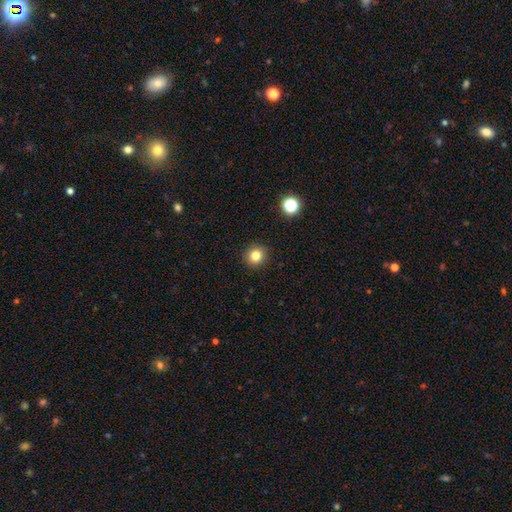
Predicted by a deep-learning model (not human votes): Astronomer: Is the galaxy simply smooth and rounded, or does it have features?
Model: smooth — 82%.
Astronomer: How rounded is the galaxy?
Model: round — 92%.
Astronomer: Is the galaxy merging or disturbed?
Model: none — 91%.